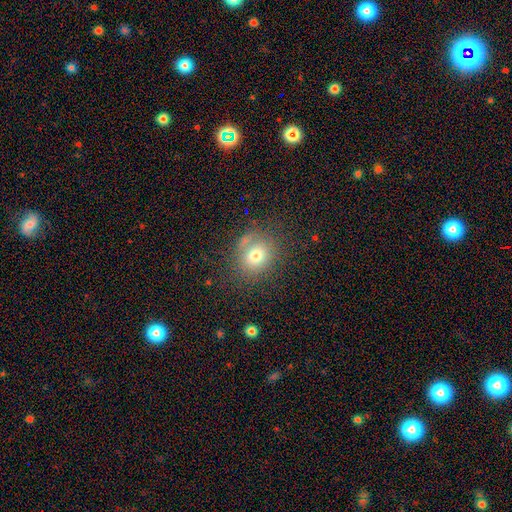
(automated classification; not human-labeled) Smooth or featured? smooth (71%)
How rounded? round (72%)
Merging? none (69%)